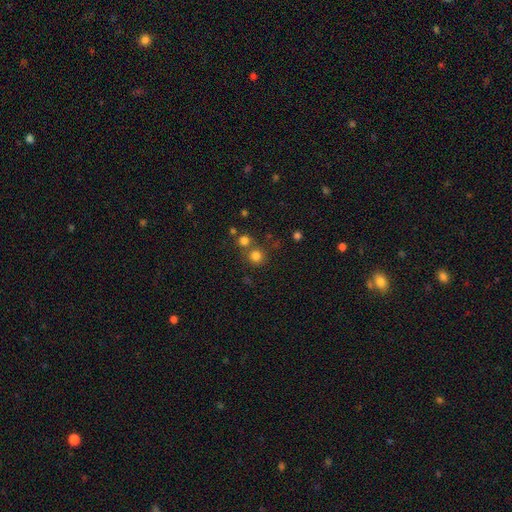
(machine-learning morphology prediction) This appears to be a smooth galaxy with no disk features (78%) that is round (92%). Merging: none (68%).